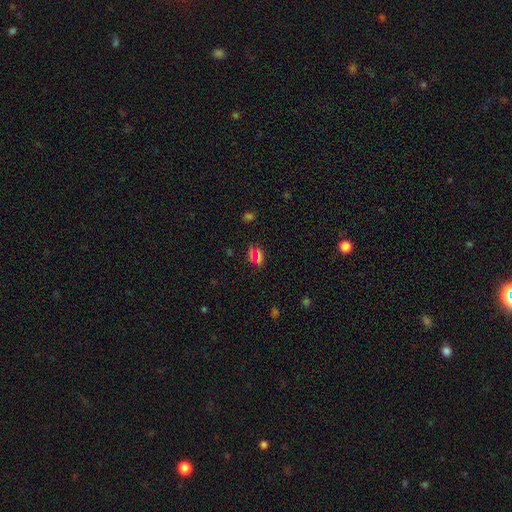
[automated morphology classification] This is possibly a smooth galaxy (52%). How rounded: possibly in between (51%). Merging: likely none (72%).